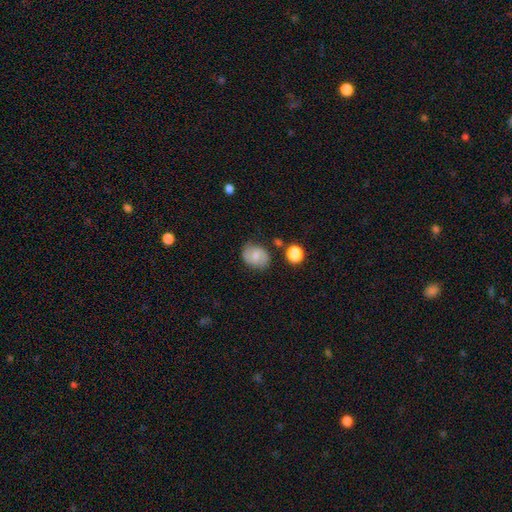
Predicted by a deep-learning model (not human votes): smooth_or_featured: featured or disk (p=0.47) [alt: smooth p=0.44]
merging: none (p=0.77) [alt: minor disturbance p=0.16]